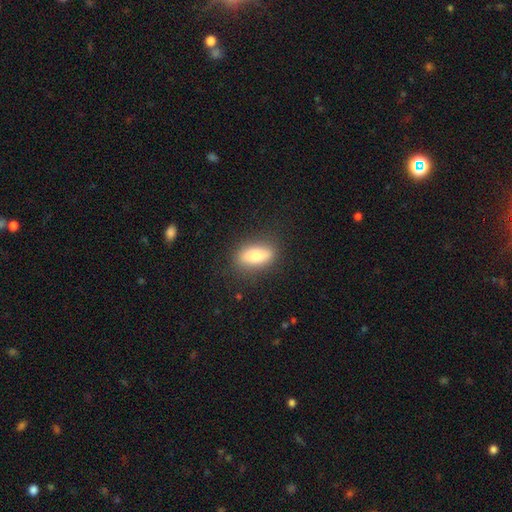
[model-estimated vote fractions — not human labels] Smooth or featured: smooth — 76% (featured or disk — 17%)
How rounded: in between — 76% (cigar-shaped — 19%)
Merging: none — 84% (minor disturbance — 11%)